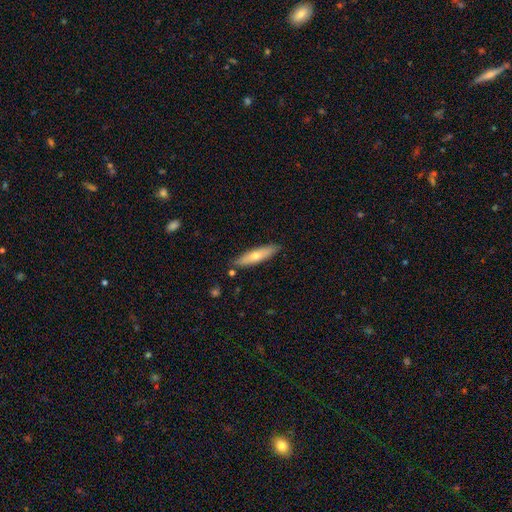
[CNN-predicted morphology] This appears to be a smooth galaxy with no disk features (58%) that is cigar-shaped (77%). Merging: none (87%).